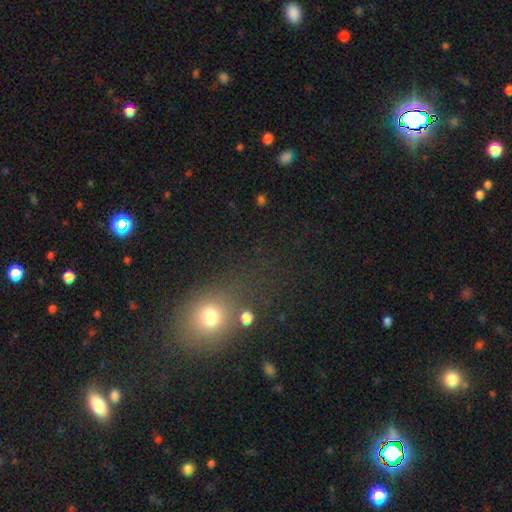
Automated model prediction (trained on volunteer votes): Q: Smooth or featured?
A: smooth (51%); runner-up: star or artifact (40%)
Q: How rounded?
A: round (67%); runner-up: in between (30%)
Q: Merging?
A: none (72%); runner-up: minor disturbance (14%)